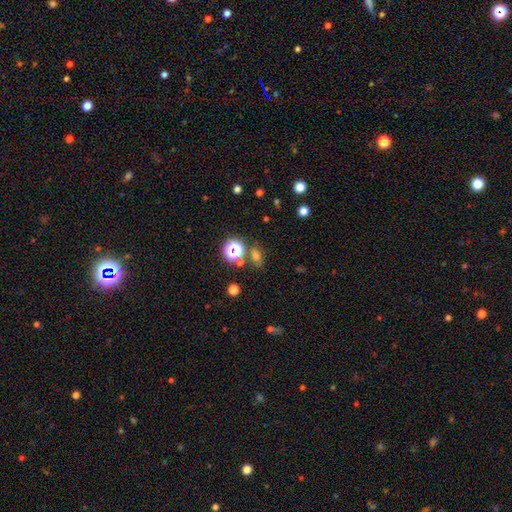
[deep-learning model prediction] Q: Smooth or featured?
A: smooth (60%); runner-up: star or artifact (31%)
Q: How rounded?
A: in between (61%); runner-up: round (36%)
Q: Merging?
A: none (73%); runner-up: minor disturbance (12%)